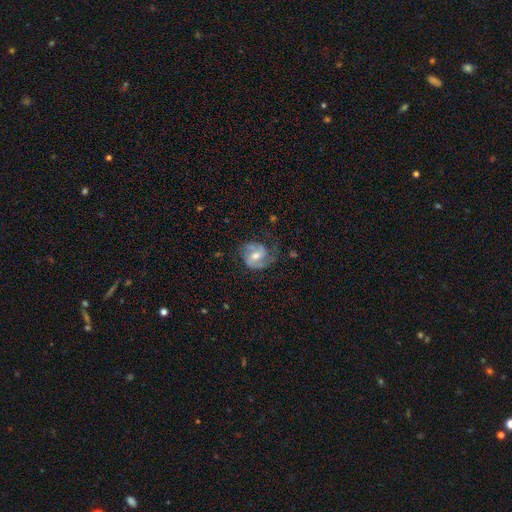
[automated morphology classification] The model was most divided on "bar": weak: 50%, no: 34%, strong: 17%. Remaining: edge-on disk — no (98%); spiral arms — yes (94%); spiral arm count — 2 (80%); smooth or featured — featured or disk (79%); bulge size — moderate (64%); merging — none (62%); spiral winding — medium (50%).